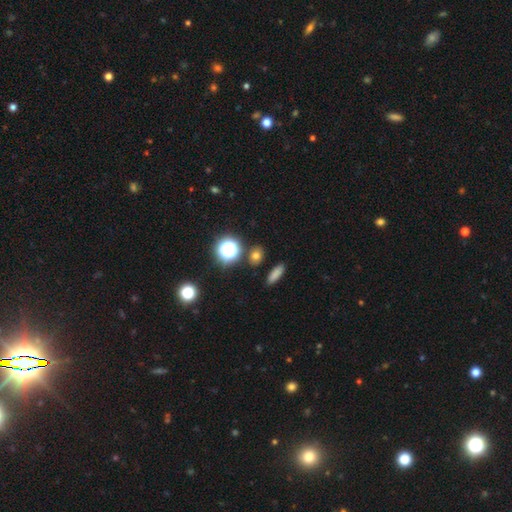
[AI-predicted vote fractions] Smooth or featured: smooth — 68% (star or artifact — 25%)
How rounded: round — 57% (in between — 39%)
Merging: none — 84% (minor disturbance — 8%)